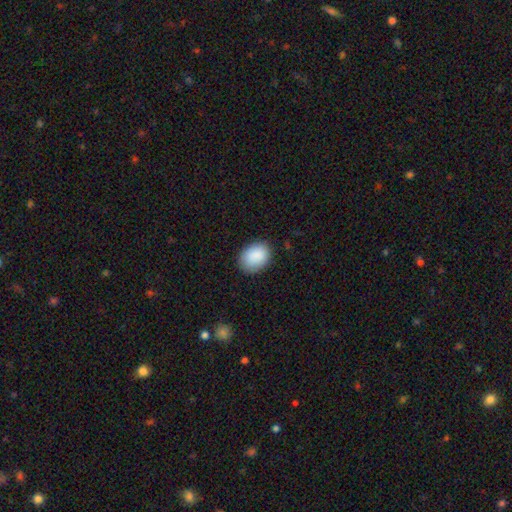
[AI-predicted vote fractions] Smooth or featured? Predicted: smooth (p=0.89). How rounded? Predicted: in between (p=0.70). Merging? Predicted: none (p=0.84).